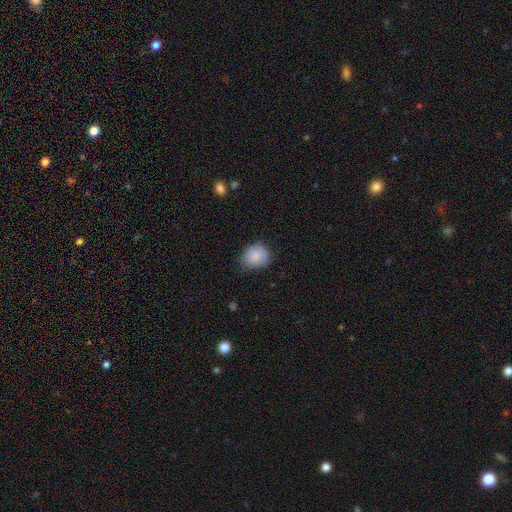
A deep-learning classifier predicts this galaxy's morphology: Q: Smooth or featured?
A: smooth (86%); runner-up: star or artifact (8%)
Q: How rounded?
A: round (61%); runner-up: in between (38%)
Q: Merging?
A: none (71%); runner-up: minor disturbance (24%)